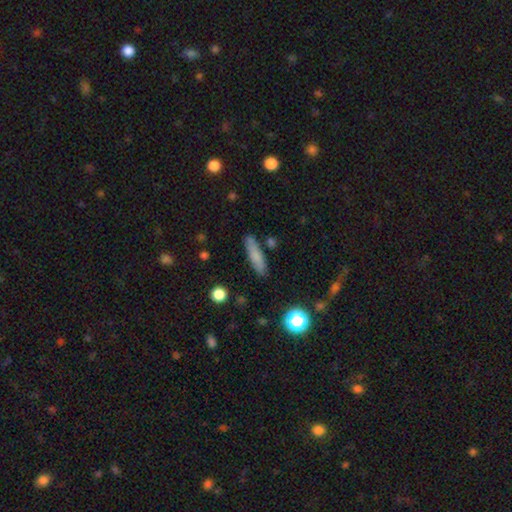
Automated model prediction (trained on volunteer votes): A smooth galaxy with no disk features (77%) that is cigar-shaped (74%). Merging: none (82%).